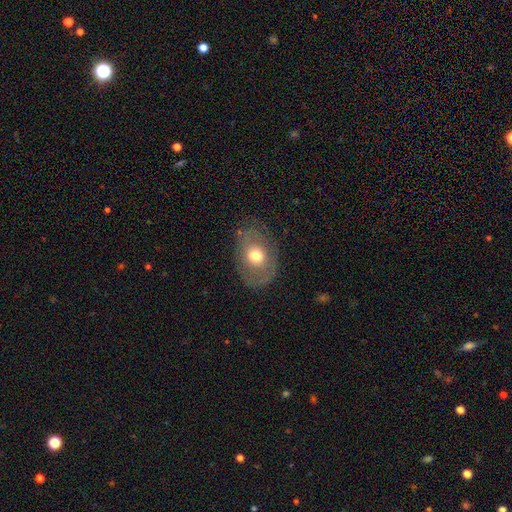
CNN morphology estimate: Q: Smooth or featured?
A: smooth (56%); runner-up: featured or disk (36%)
Q: How rounded?
A: in between (68%); runner-up: round (31%)
Q: Merging?
A: none (76%); runner-up: minor disturbance (16%)